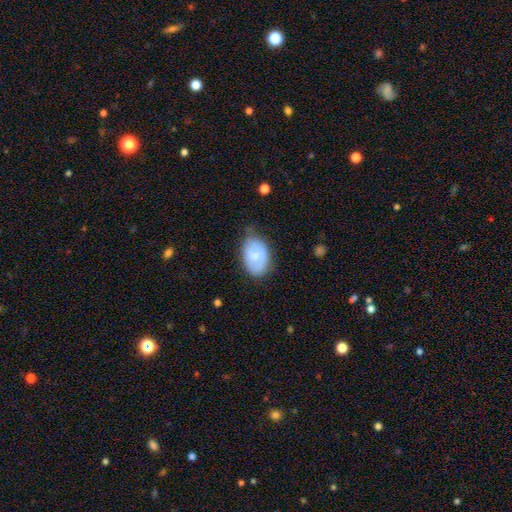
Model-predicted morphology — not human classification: This appears to be a smooth galaxy with no disk features (68%) that is in between round and cigar-shaped (83%). Merging: none (60%).